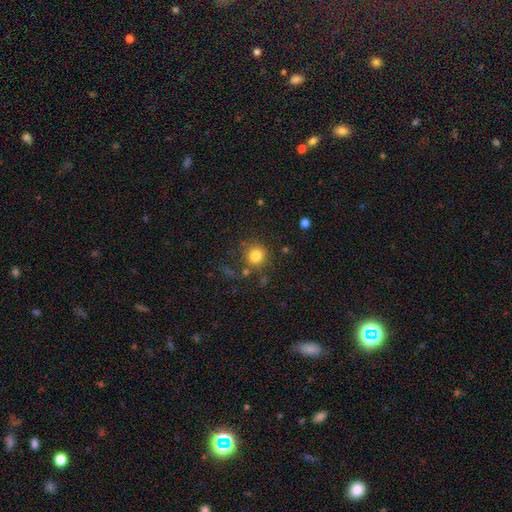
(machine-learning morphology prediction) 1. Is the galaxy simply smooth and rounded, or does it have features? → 80% smooth, 12% star or artifact, 7% featured or disk.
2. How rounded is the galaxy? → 91% round, 8% in between, 1% cigar-shaped.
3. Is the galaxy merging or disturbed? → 78% none, 11% minor disturbance, 6% merger, 5% major disturbance.